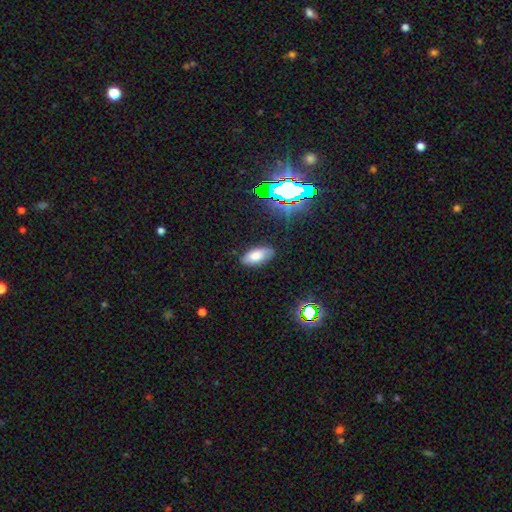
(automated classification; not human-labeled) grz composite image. It shows a smooth galaxy with no disk features (74%) that is in between round and cigar-shaped (92%). Merging: none (79%).